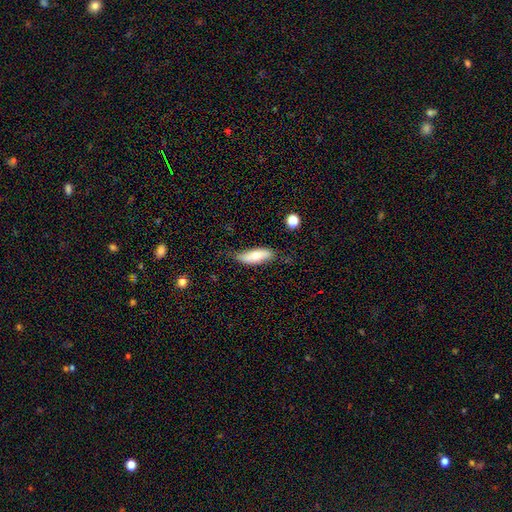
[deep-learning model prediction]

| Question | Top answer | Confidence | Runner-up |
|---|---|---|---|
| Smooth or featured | smooth | 68% | featured or disk (26%) |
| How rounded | in between | 64% | cigar-shaped (34%) |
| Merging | none | 65% | minor disturbance (27%) |